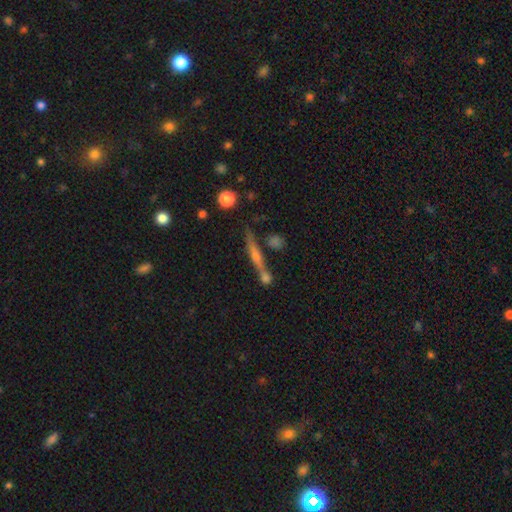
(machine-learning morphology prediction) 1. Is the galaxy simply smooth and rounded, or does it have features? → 55% featured or disk, 27% smooth, 17% star or artifact.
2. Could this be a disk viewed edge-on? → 87% yes, 13% no.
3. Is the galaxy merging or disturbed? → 63% none, 19% merger, 12% minor disturbance, 7% major disturbance.